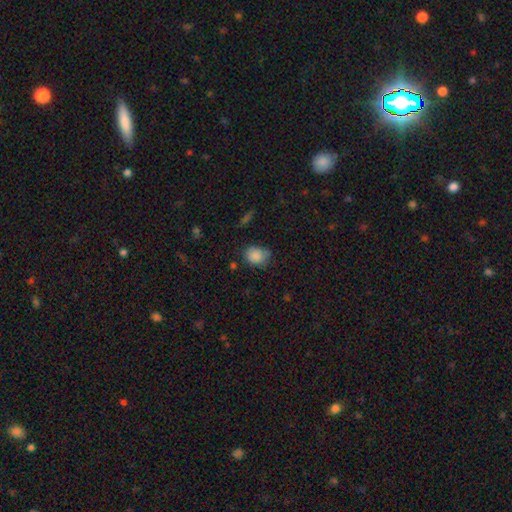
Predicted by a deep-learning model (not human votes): A smooth galaxy with no disk features (86%) that is in between round and cigar-shaped (53%).

Vote fractions:
- Smooth or featured? smooth: 86% / star or artifact: 9% / featured or disk: 5%
- How rounded? in between: 53% / round: 46% / cigar-shaped: 1%
- Merging? none: 62% / minor disturbance: 29% / major disturbance: 6% / merger: 3%